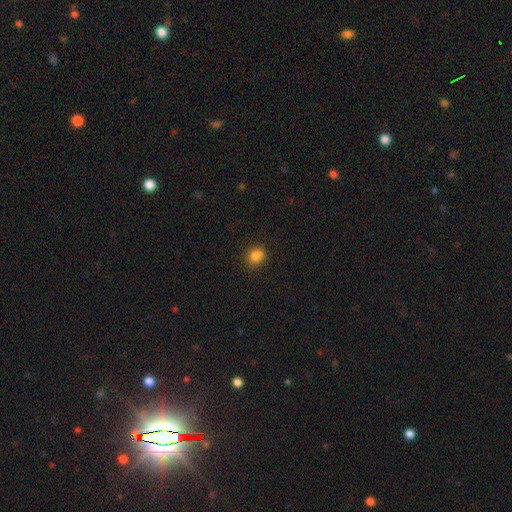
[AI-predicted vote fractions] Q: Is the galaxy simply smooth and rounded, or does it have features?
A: smooth — 82%.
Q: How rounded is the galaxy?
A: round — 66%.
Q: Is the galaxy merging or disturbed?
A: none — 83%.